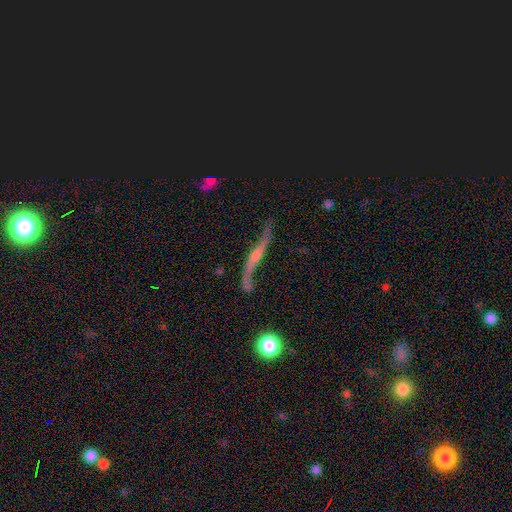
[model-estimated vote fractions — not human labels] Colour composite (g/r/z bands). It shows a featured or disk galaxy (82%). Merging: none (56%).